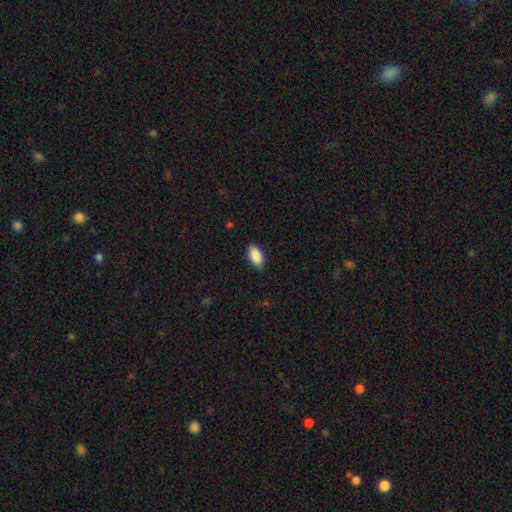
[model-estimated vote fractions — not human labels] smooth-or-featured: smooth: 91% | star or artifact: 6% | featured or disk: 3%
  how-rounded: in between: 94% | cigar-shaped: 3% | round: 2%
  merging: none: 88% | minor disturbance: 9% | major disturbance: 2% | merger: 1%